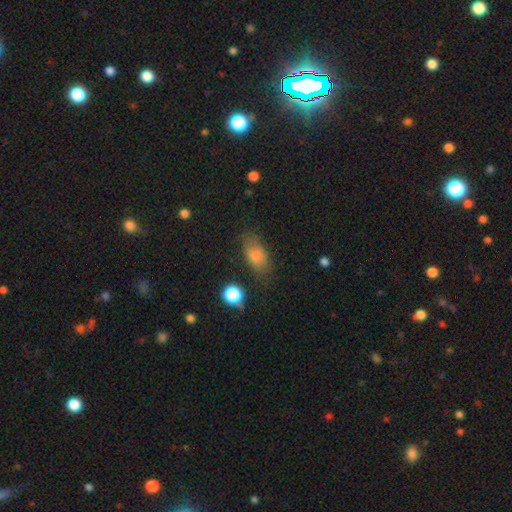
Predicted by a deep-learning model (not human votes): Morphology: type=smooth (78%); roundness=in between (86%); merging=none (70%).